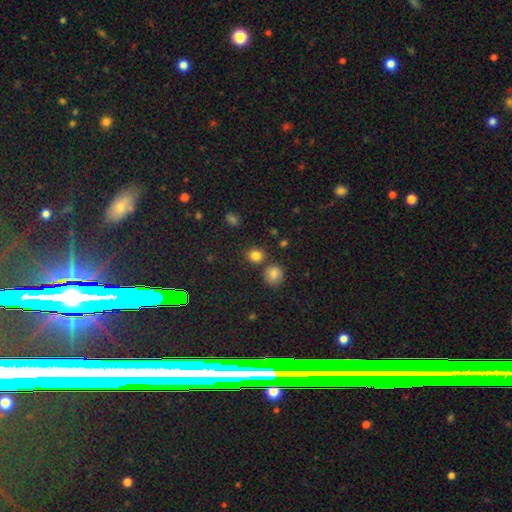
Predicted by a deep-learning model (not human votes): The model was most divided on "how rounded": round: 76%, in between: 23%, cigar-shaped: 1%. More confident: smooth or featured — smooth (82%); merging — none (75%).